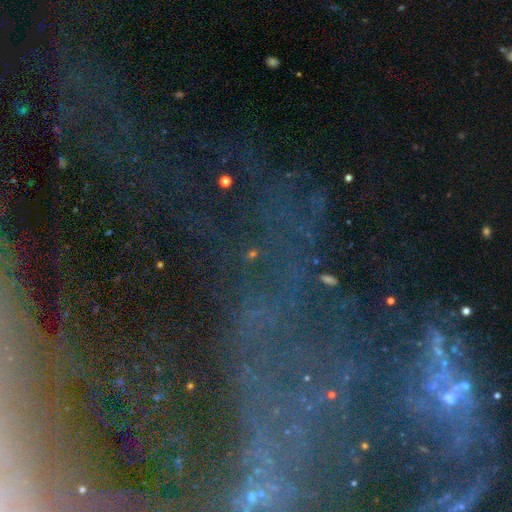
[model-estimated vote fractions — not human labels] Smooth or featured? Predicted: star or artifact (p=0.67).